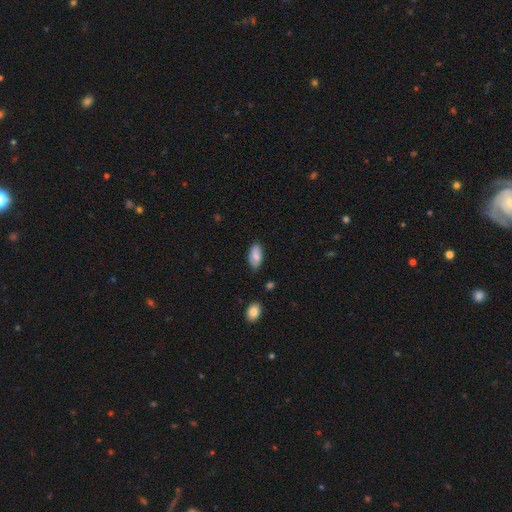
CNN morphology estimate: This is clearly a smooth galaxy (81%). How rounded: clearly in between (94%). Merging: likely none (79%).